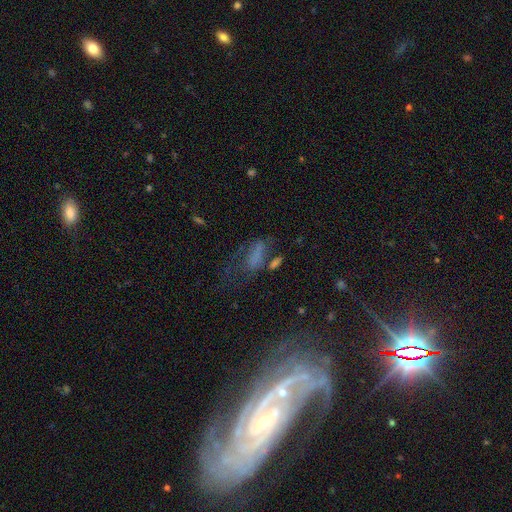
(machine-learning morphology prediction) Overall: smooth (51%; featured or disk 29%). How rounded: in between (75%). Merging: major disturbance (39%; none 28%).